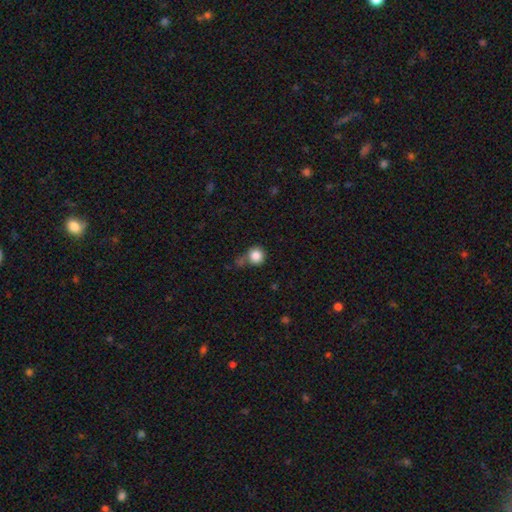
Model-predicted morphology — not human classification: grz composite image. It shows a smooth galaxy with no disk features (85%) that is round (92%). Merging: none (62%).